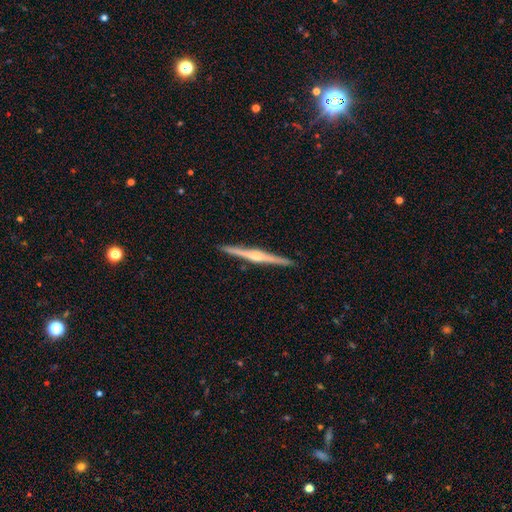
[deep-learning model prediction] smooth-or-featured: featured or disk: 82% | smooth: 14% | star or artifact: 5%
  disk-edge-on: yes: 99% | no: 1%
    edge-on-bulge: rounded: 78% | boxy: 12% | none: 10%
  merging: none: 93% | minor disturbance: 5% | major disturbance: 1% | merger: 1%